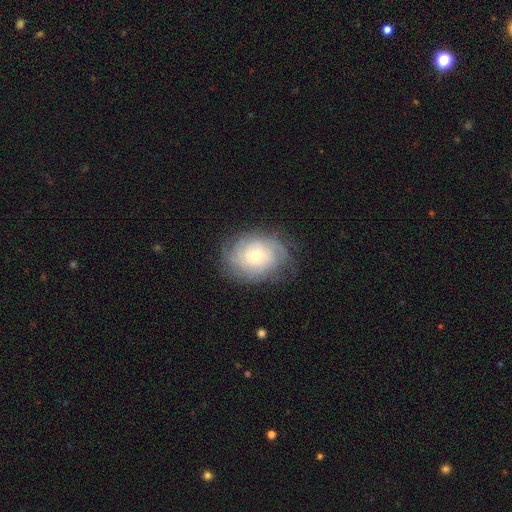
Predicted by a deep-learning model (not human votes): Q: Smooth or featured?
A: featured or disk (73%); runner-up: smooth (19%)
Q: Edge-on disk?
A: no (96%); runner-up: yes (4%)
Q: Bar?
A: no (73%); runner-up: weak (22%)
Q: Spiral arms?
A: yes (90%); runner-up: no (10%)
Q: Spiral winding?
A: tight (69%); runner-up: medium (23%)
Q: Spiral arm count?
A: can't tell (50%); runner-up: 4 (14%)
Q: Bulge size?
A: small (48%); runner-up: moderate (47%)
Q: Merging?
A: none (75%); runner-up: minor disturbance (17%)